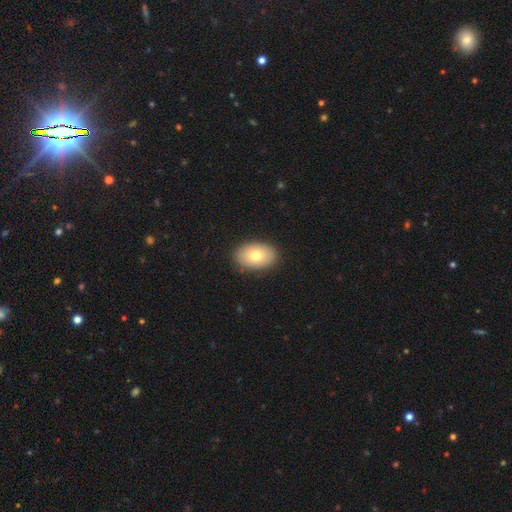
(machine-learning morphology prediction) smooth-or-featured: smooth: 76% | featured or disk: 17% | star or artifact: 7%
  how-rounded: in between: 86% | round: 13% | cigar-shaped: 1%
  merging: none: 89% | minor disturbance: 8% | major disturbance: 2% | merger: 1%